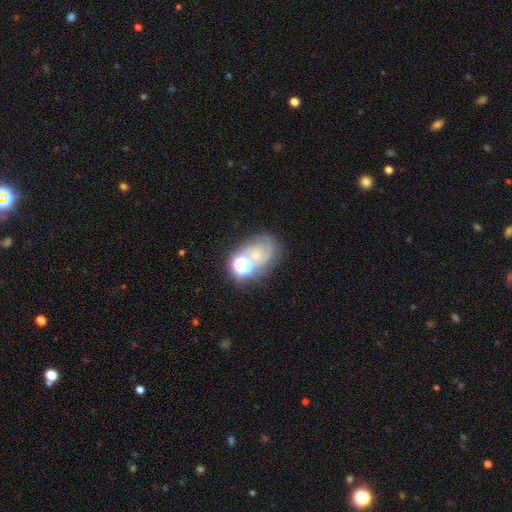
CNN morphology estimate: Smooth or featured: featured or disk — 54% (smooth — 25%)
Edge-on disk: no — 97% (yes — 3%)
Bar: no — 73% (weak — 21%)
Spiral arms: yes — 83% (no — 17%)
Bulge size: small — 45% (moderate — 36%)
Merging: none — 46% (merger — 22%)